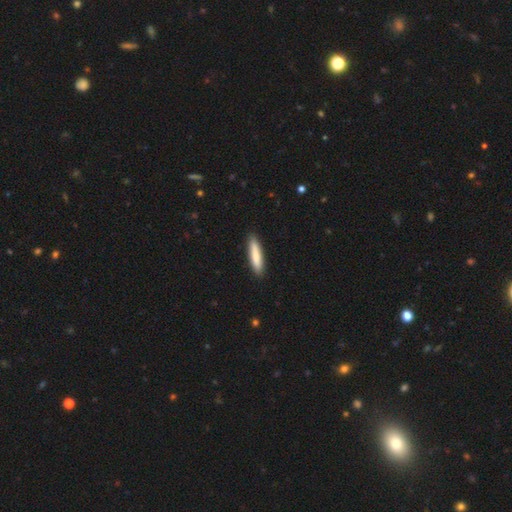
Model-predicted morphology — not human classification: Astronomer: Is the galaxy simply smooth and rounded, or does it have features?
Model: smooth — 81%.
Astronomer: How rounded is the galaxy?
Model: cigar-shaped — 86%.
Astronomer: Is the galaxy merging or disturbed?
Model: none — 90%.